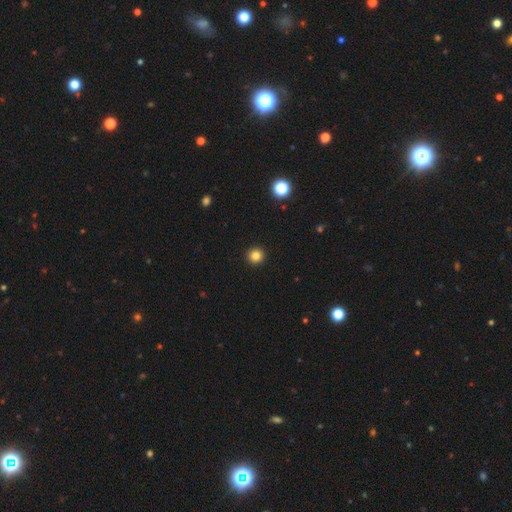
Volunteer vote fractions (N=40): Smooth or featured? smooth (90%)
How rounded? round (97%)
Merging? none (97%)